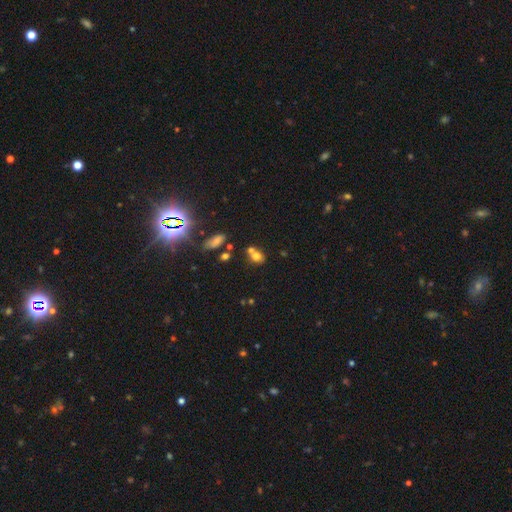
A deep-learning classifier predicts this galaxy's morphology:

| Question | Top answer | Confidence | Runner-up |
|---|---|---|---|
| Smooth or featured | smooth | 71% | star or artifact (17%) |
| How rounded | round | 51% | in between (47%) |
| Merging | merger | 46% | none (39%) |